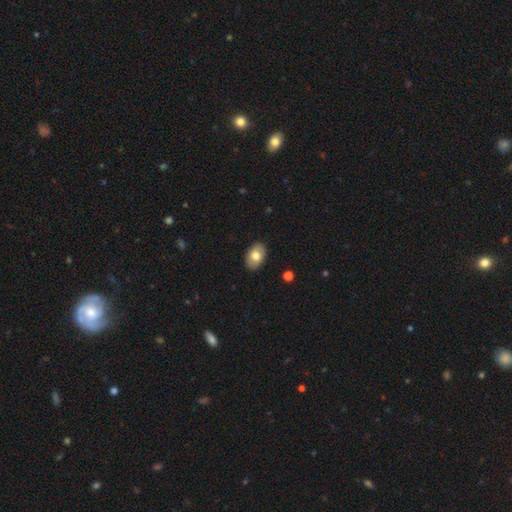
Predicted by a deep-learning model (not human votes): Smooth or featured?
  - smooth: 74% *
  - featured or disk: 19%
  - star or artifact: 7%
How rounded?
  - in between: 91% *
  - round: 8%
  - cigar-shaped: 1%
Merging?
  - none: 89% *
  - minor disturbance: 9%
  - major disturbance: 2%
  - merger: 1%